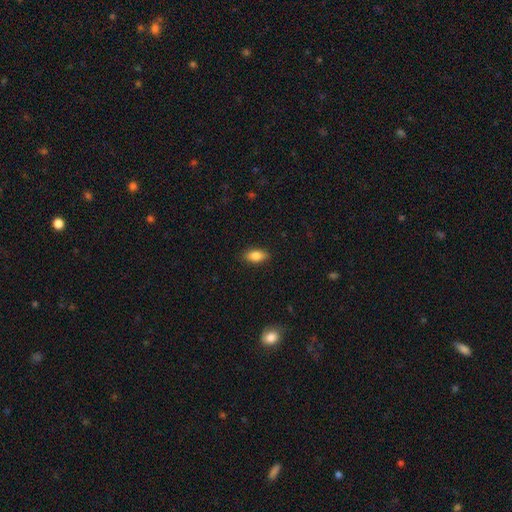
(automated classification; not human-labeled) Smooth or featured? smooth (85%)
How rounded? in between (89%)
Merging? none (88%)